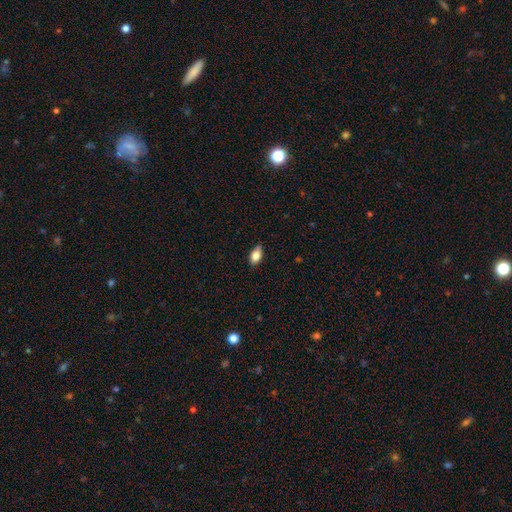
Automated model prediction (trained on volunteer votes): Smooth or featured? smooth (81%)
How rounded? in between (88%)
Merging? none (79%)